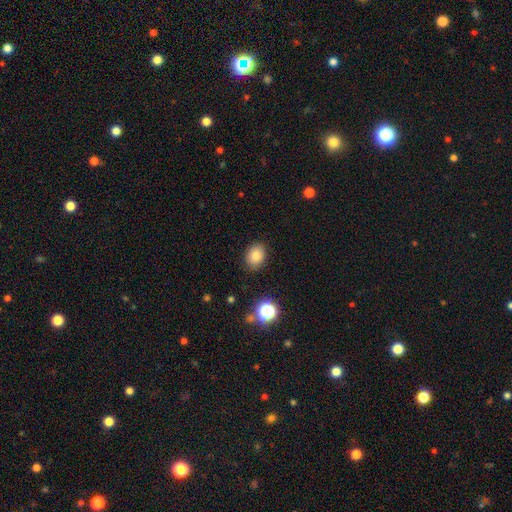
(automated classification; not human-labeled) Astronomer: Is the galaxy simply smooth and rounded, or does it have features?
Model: smooth — 81%.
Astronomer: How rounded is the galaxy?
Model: in between — 58% (runner-up: round, 41%).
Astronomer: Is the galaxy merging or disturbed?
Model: none — 86%.